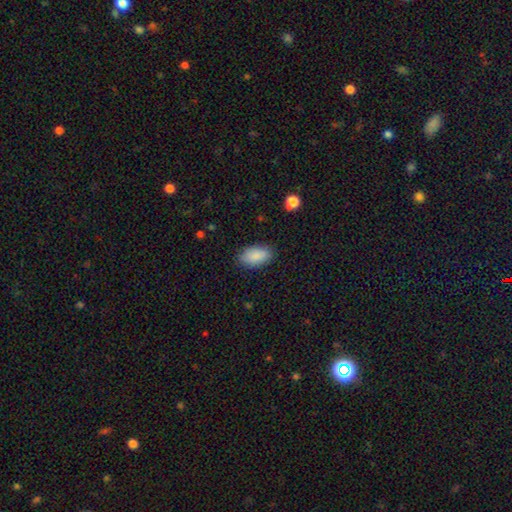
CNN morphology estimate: smooth_or_featured: smooth (p=0.88) [alt: star or artifact p=0.07]
how_rounded: in between (p=0.93) [alt: round p=0.04]
merging: none (p=0.86) [alt: minor disturbance p=0.10]